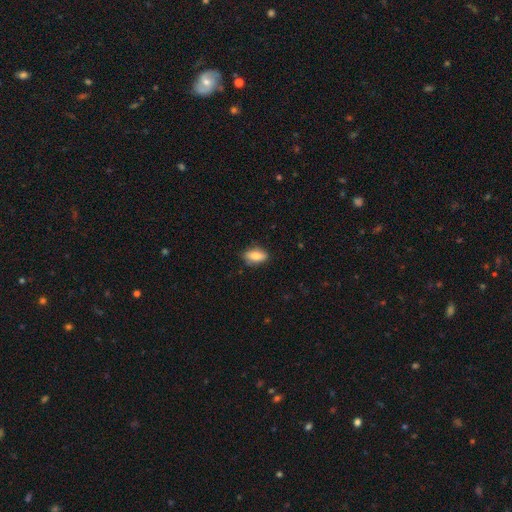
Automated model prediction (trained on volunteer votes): Overall: smooth (75%). How rounded: in between (86%). Merging: none (80%).